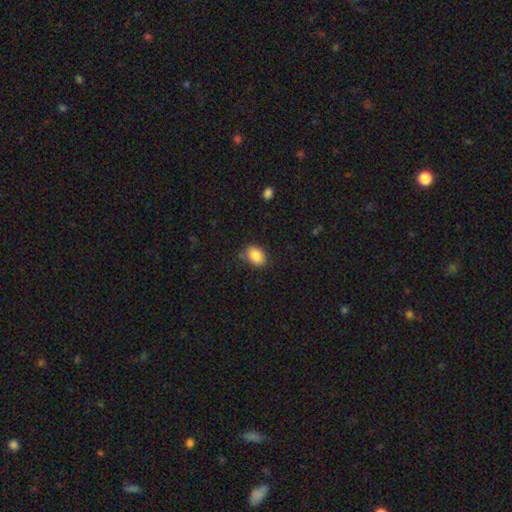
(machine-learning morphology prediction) smooth-or-featured: smooth: 86% | star or artifact: 8% | featured or disk: 6%
  how-rounded: in between: 73% | round: 26% | cigar-shaped: 1%
  merging: none: 78% | minor disturbance: 17% | major disturbance: 3% | merger: 2%